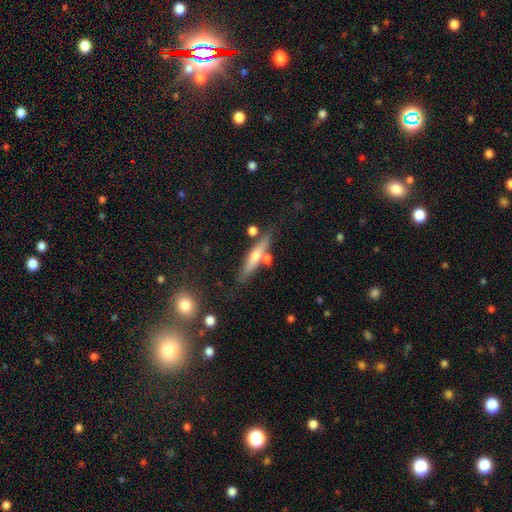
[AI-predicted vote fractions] A featured or disk galaxy (56%) viewed edge-on (93%) with a rounded central bulge (84%). Merging: none (74%).